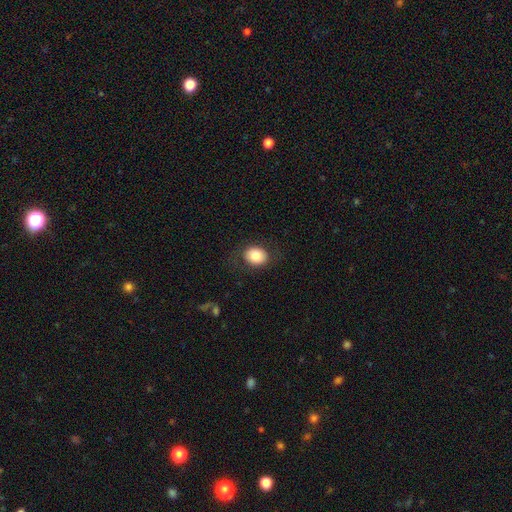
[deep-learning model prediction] Q: Smooth or featured?
A: smooth (80%); runner-up: featured or disk (12%)
Q: How rounded?
A: round (51%); runner-up: in between (49%)
Q: Merging?
A: none (83%); runner-up: minor disturbance (11%)